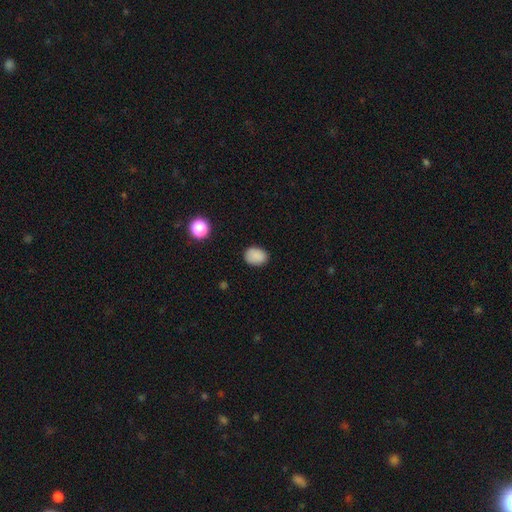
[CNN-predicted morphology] This appears to be a smooth galaxy with no disk features (87%) that is in between round and cigar-shaped (65%). Merging: none (83%).